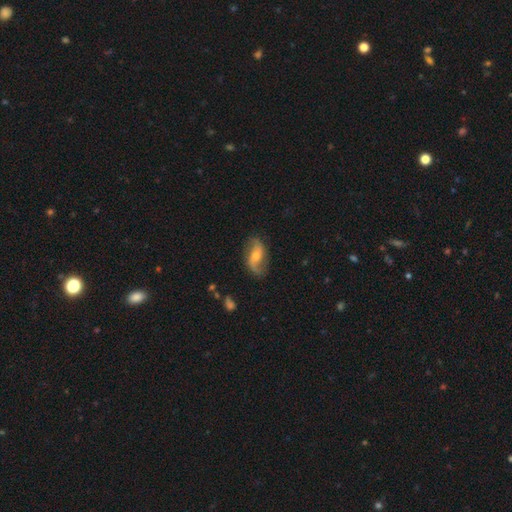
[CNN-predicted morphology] The model was most divided on "bar": no: 44%, weak: 37%, strong: 18%. More confident: edge-on disk — no (94%); spiral arms — yes (92%); spiral arm count — 2 (89%); merging — none (76%); smooth or featured — featured or disk (74%); spiral winding — loose (72%); bulge size — moderate (60%).